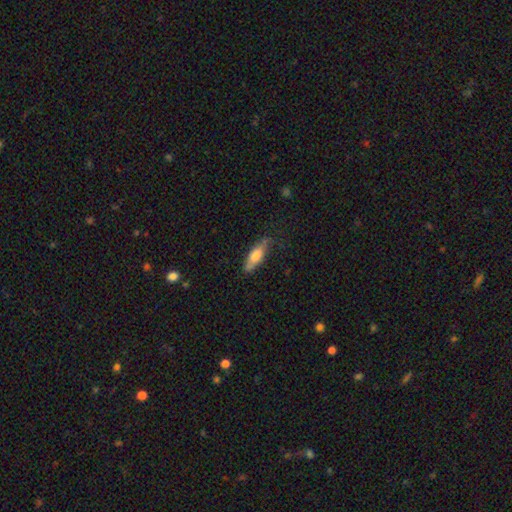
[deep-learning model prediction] smooth_or_featured: smooth (p=0.67) [alt: featured or disk p=0.27]
how_rounded: cigar-shaped (p=0.50) [alt: in between p=0.48]
merging: none (p=0.69) [alt: minor disturbance p=0.23]